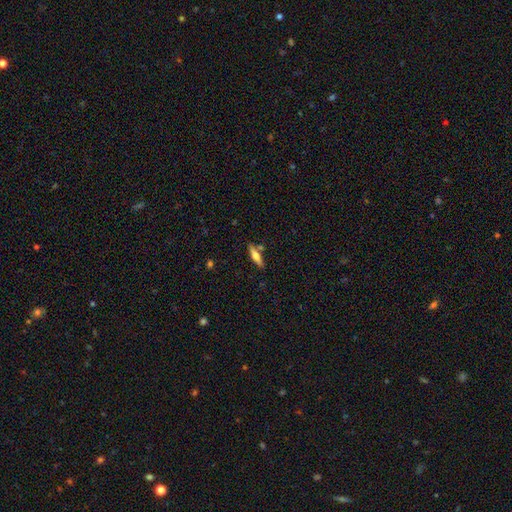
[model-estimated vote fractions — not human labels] smooth 49%, featured or disk 45%, star or artifact 6%. Down the decision tree: merging — none (78%).